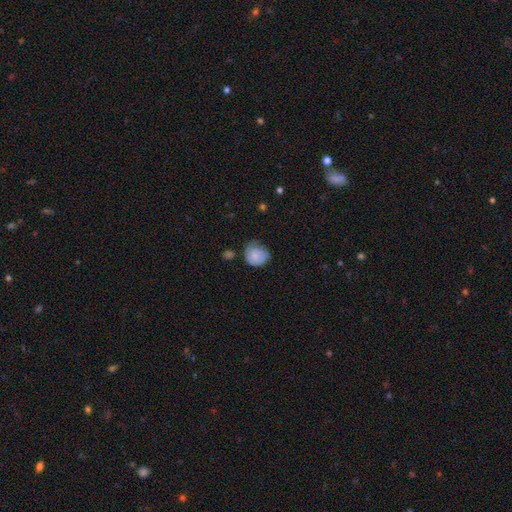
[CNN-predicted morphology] smooth 74%, featured or disk 18%, star or artifact 8%. Down the decision tree: how rounded — round (77%); merging — none (43%).